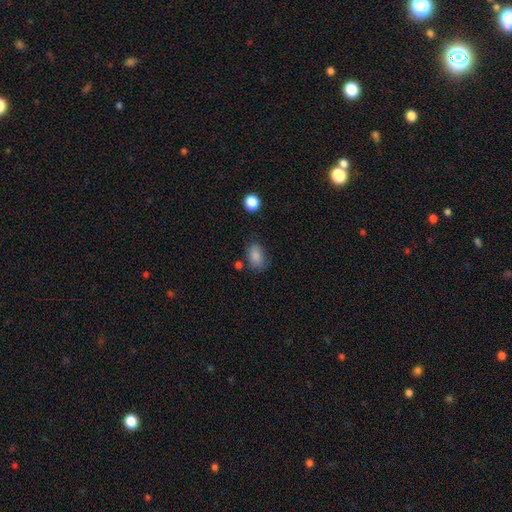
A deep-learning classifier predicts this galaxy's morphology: A smooth galaxy with no disk features (85%) that is in between round and cigar-shaped (83%). Merging: none (68%).